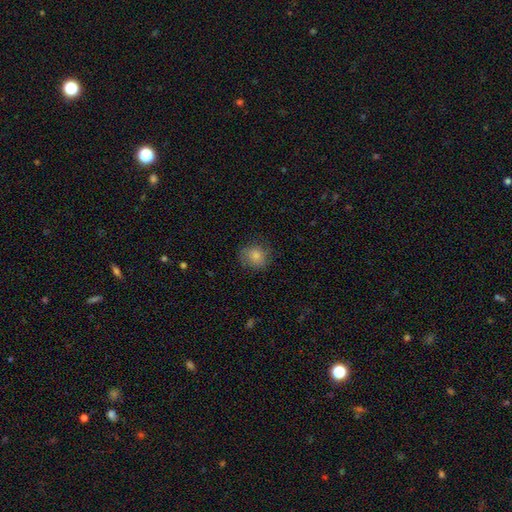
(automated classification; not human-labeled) Overall: smooth (80%). How rounded: round (74%). Merging: none (73%).